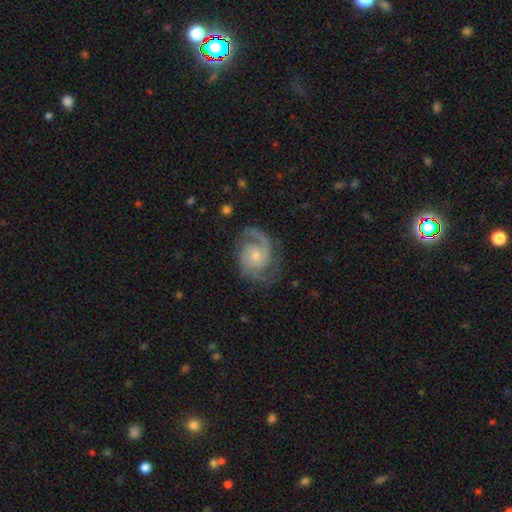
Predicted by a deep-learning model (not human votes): A featured or disk galaxy (85%) with no bar (64%), 2 (74%) medium (50%) spiral arms (96%) and a moderate central bulge (45%, tied with small).

Vote fractions:
- Smooth or featured? featured or disk: 85% / smooth: 10% / star or artifact: 5%
- Edge-on disk? no: 98% / yes: 2%
- Bar? no: 64% / weak: 31% / strong: 4%
- Spiral arms? yes: 96% / no: 4%
- Spiral winding? medium: 50% / tight: 33% / loose: 17%
- Spiral arm count? 2: 74% / can't tell: 8% / 1: 8% / 3: 7% / 4: 2% / more than 4: 2%
- Bulge size? moderate: 45% (tied) / small: 45% (tied) / none: 5% / large: 5% / dominant: 1%
- Merging? none: 69% / minor disturbance: 19% / major disturbance: 11% / merger: 1%